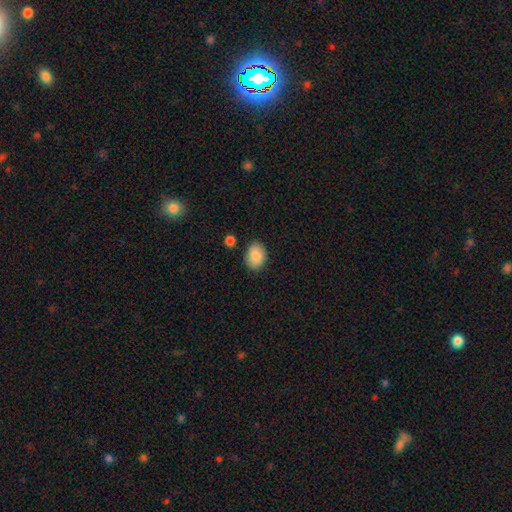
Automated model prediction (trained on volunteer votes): A smooth galaxy with no disk features (88%) that is in between round and cigar-shaped (71%).

Vote fractions:
- Smooth or featured? smooth: 88% / star or artifact: 7% / featured or disk: 6%
- How rounded? in between: 71% / round: 28% / cigar-shaped: 1%
- Merging? none: 82% / minor disturbance: 12% / merger: 3% / major disturbance: 3%